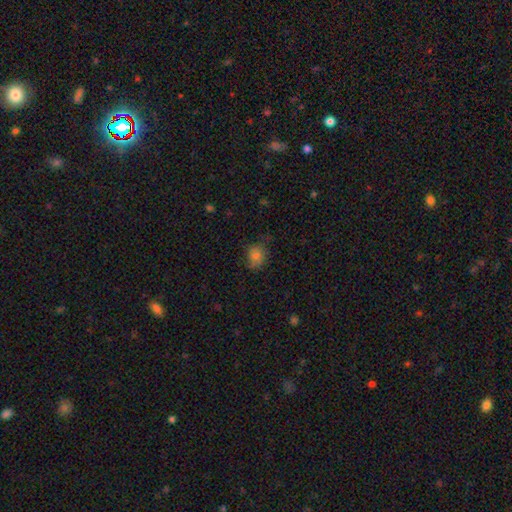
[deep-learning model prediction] A smooth galaxy with no disk features (76%) that is round (55%). Merging: none (63%).